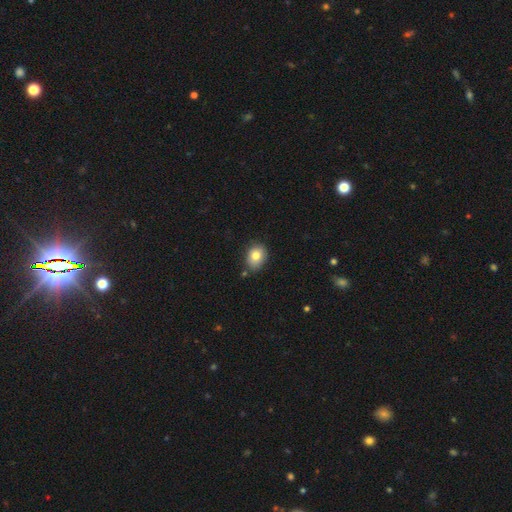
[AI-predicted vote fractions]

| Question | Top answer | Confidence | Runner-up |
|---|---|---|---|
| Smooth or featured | smooth | 82% | featured or disk (10%) |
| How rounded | in between | 61% | round (38%) |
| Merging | none | 76% | minor disturbance (17%) |